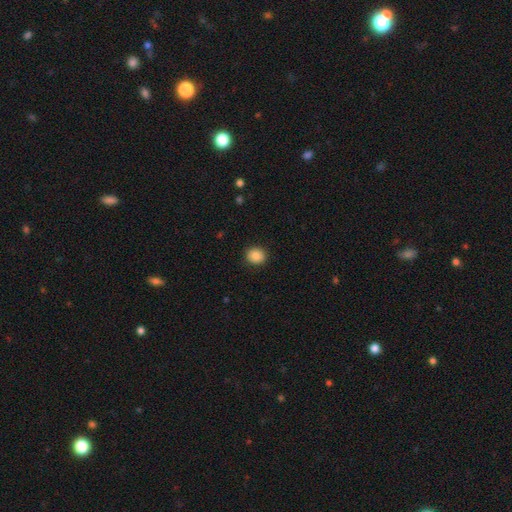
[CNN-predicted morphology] Smooth or featured: smooth — 86% (star or artifact — 9%)
How rounded: round — 80% (in between — 19%)
Merging: none — 90% (minor disturbance — 7%)